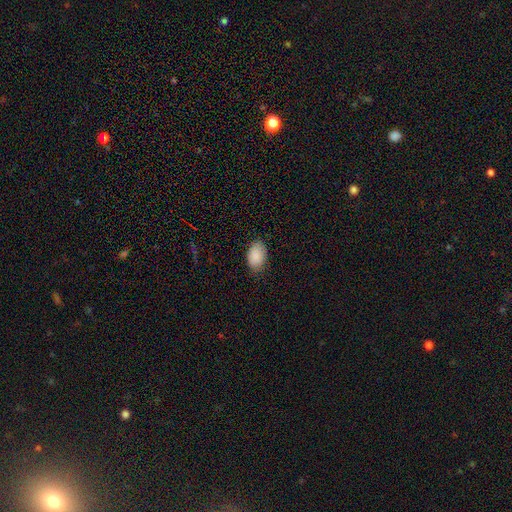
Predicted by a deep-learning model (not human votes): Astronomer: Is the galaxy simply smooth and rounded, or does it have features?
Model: smooth — 89%.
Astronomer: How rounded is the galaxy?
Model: in between — 91%.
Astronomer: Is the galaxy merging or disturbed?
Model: none — 80%.